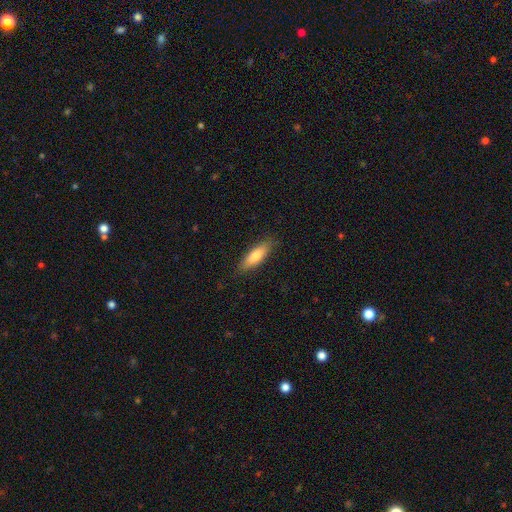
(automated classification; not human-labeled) This appears to be a smooth galaxy with no disk features (75%) that is cigar-shaped (52%). Merging: none (86%).